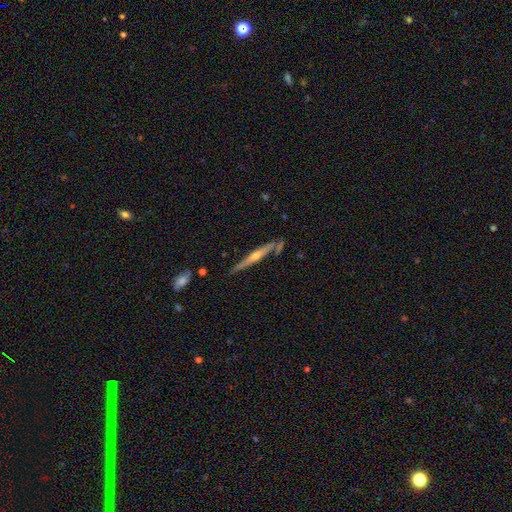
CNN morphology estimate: Overall: featured or disk (73%). Edge-on disk: yes (96%). Edge-on bulge: rounded (82%). Merging: none (79%).